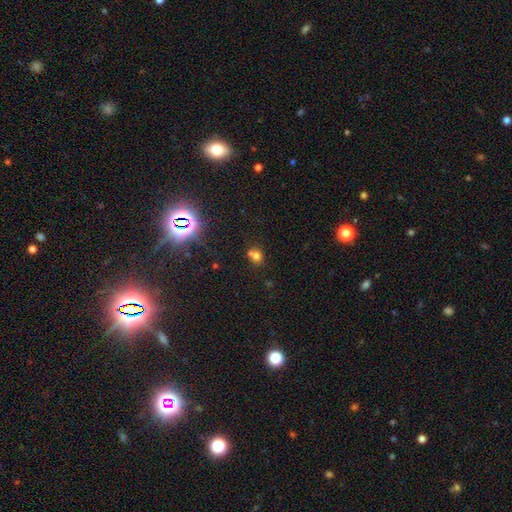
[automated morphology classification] Overall: smooth (67%). How rounded: round (72%). Merging: none (45%; merger 42%).